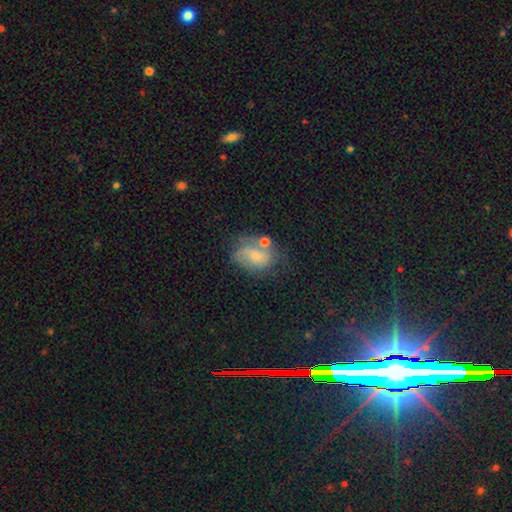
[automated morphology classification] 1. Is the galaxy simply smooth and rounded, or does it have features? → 50% smooth, 39% featured or disk, 11% star or artifact.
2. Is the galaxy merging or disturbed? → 41% none, 27% minor disturbance, 17% major disturbance, 16% merger.